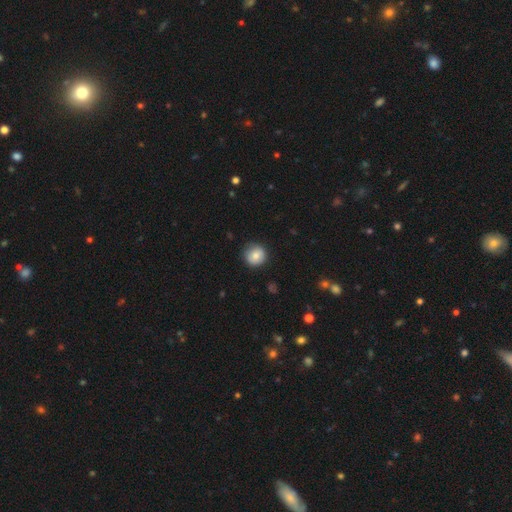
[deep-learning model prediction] Smooth or featured: smooth — 78% (featured or disk — 13%)
How rounded: round — 93% (in between — 7%)
Merging: none — 83% (minor disturbance — 13%)